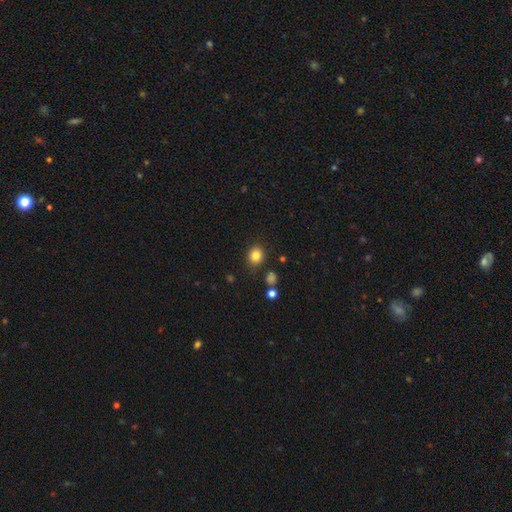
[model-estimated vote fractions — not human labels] Q: Smooth or featured?
A: smooth (82%); runner-up: star or artifact (12%)
Q: How rounded?
A: round (77%); runner-up: in between (22%)
Q: Merging?
A: none (85%); runner-up: minor disturbance (10%)